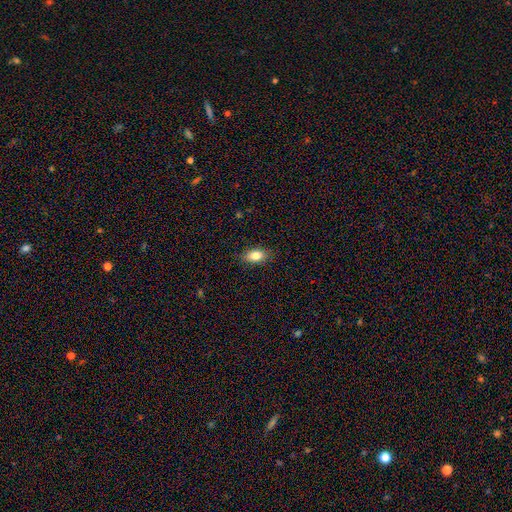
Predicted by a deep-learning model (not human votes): Q: Smooth or featured?
A: smooth (82%); runner-up: featured or disk (10%)
Q: How rounded?
A: in between (87%); runner-up: round (8%)
Q: Merging?
A: none (85%); runner-up: minor disturbance (11%)